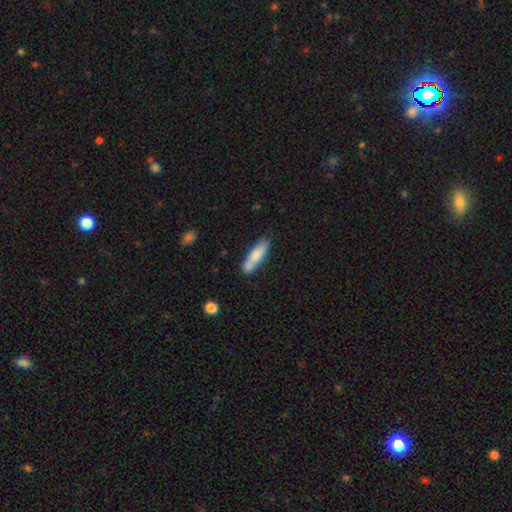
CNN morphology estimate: Q: Smooth or featured?
A: smooth (76%); runner-up: featured or disk (19%)
Q: How rounded?
A: cigar-shaped (68%); runner-up: in between (30%)
Q: Merging?
A: none (75%); runner-up: minor disturbance (17%)